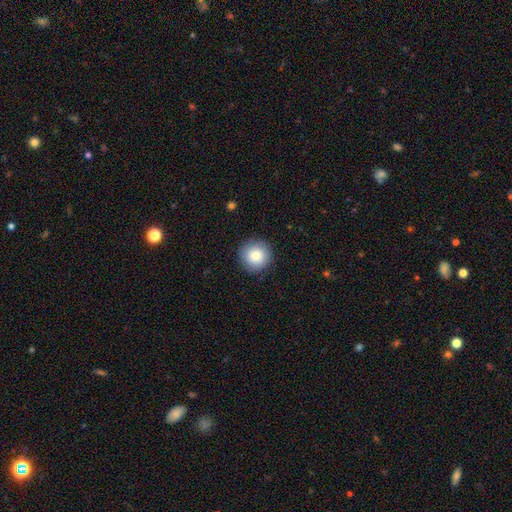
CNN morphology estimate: This is likely a smooth galaxy (79%). How rounded: clearly round (95%). Merging: clearly none (89%).